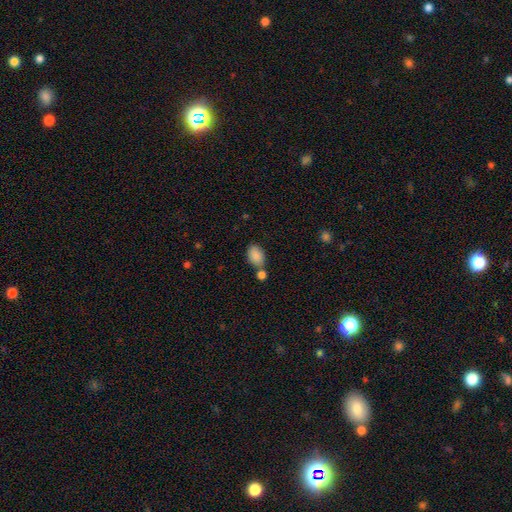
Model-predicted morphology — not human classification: Smooth or featured? smooth (88%)
How rounded? in between (86%)
Merging? none (57%)